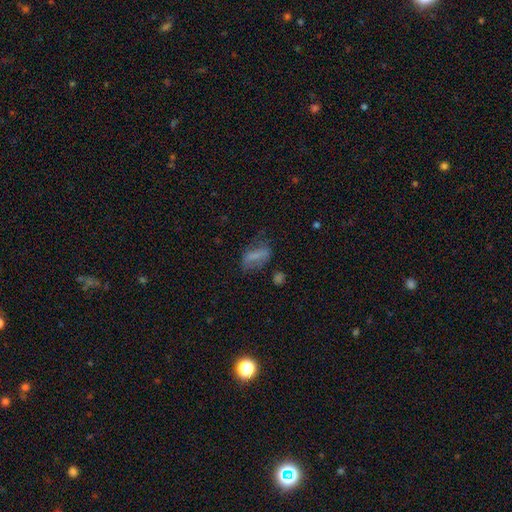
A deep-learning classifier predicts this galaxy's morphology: smooth_or_featured: smooth (p=0.60) [alt: featured or disk p=0.28]
how_rounded: in between (p=0.75) [alt: cigar-shaped p=0.18]
merging: none (p=0.50) [alt: minor disturbance p=0.26]